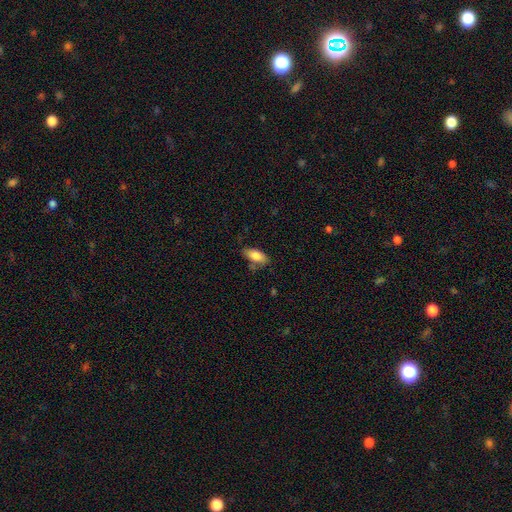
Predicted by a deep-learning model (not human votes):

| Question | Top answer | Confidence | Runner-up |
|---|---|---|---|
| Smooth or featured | smooth | 82% | featured or disk (11%) |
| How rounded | in between | 88% | cigar-shaped (9%) |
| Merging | none | 66% | minor disturbance (23%) |